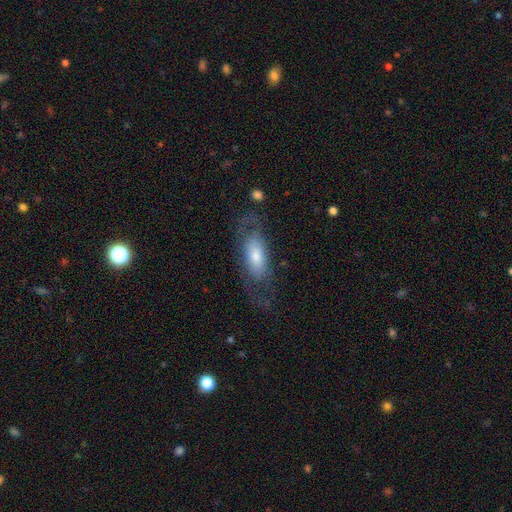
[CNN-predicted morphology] This is possibly a featured or disk galaxy (49%). Merging: likely none (60%).